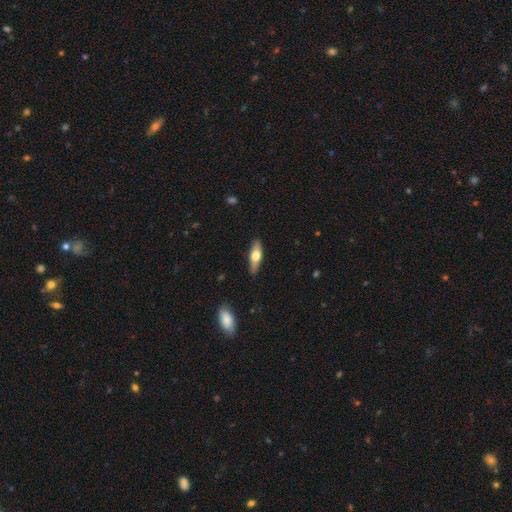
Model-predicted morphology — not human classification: Smooth or featured? smooth (56%)
How rounded? in between (49%, tied with cigar-shaped)
Merging? none (82%)